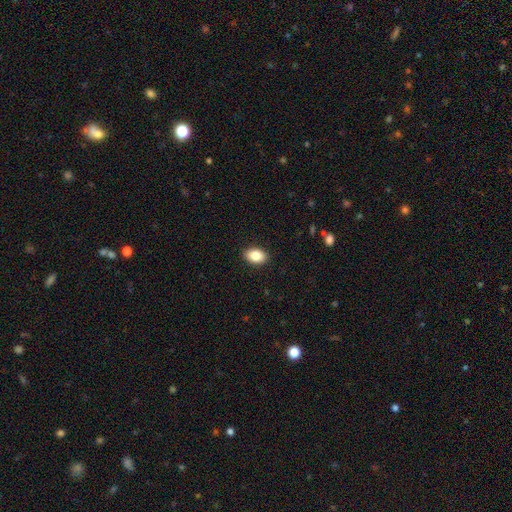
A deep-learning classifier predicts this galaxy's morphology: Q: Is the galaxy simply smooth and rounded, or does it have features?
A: smooth — 86%.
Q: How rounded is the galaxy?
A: in between — 85%.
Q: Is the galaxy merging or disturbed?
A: none — 90%.